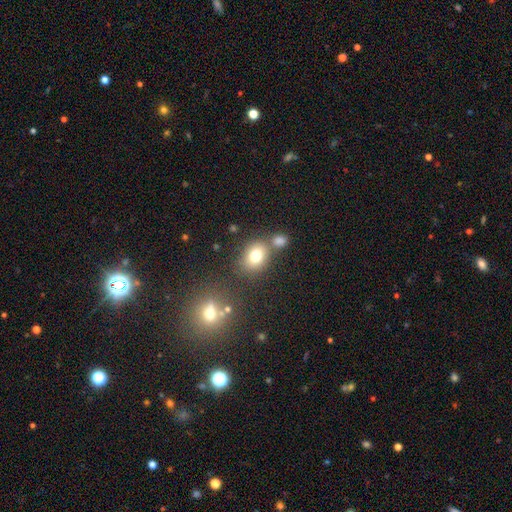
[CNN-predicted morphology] Smooth or featured? smooth (76%)
How rounded? in between (50%)
Merging? none (63%)